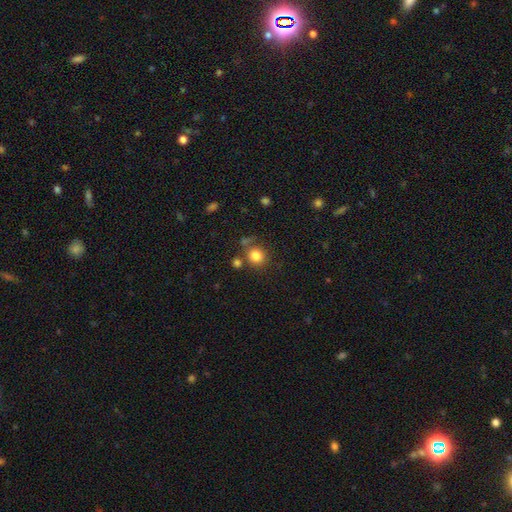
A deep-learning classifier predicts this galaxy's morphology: smooth 83%, star or artifact 11%, featured or disk 6%. Down the decision tree: how rounded — round (86%); merging — none (72%).